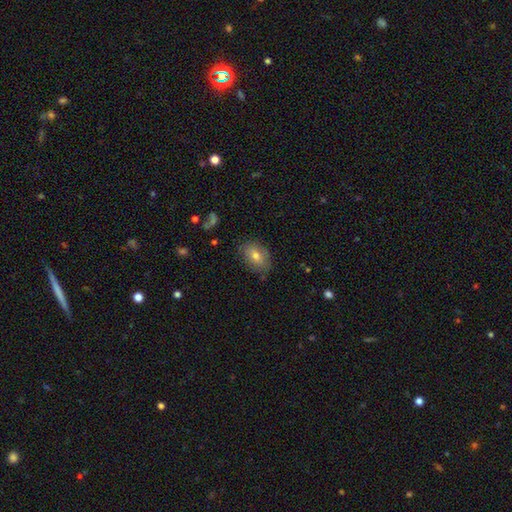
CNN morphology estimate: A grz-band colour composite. It shows a smooth galaxy with no disk features (73%) that is in between round and cigar-shaped (85%). Merging: none (79%).